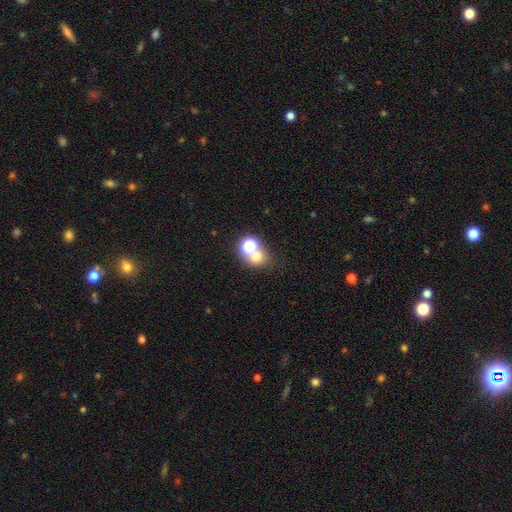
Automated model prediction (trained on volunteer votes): This appears to be a smooth galaxy with no disk features (63%) that is round (74%). Merging: none (48%).